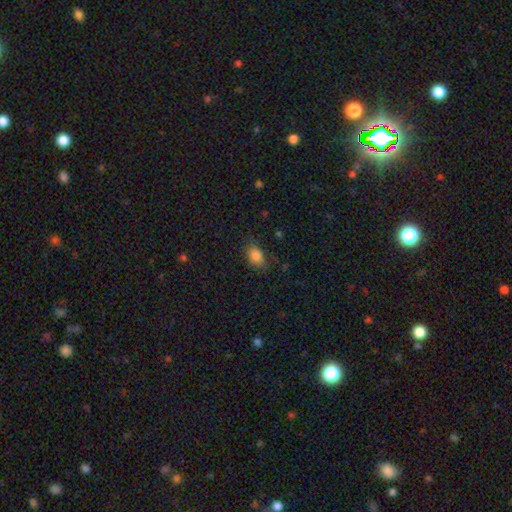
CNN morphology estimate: Smooth or featured? Predicted: smooth (p=0.84). How rounded? Predicted: in between (p=0.81). Merging? Predicted: none (p=0.72).